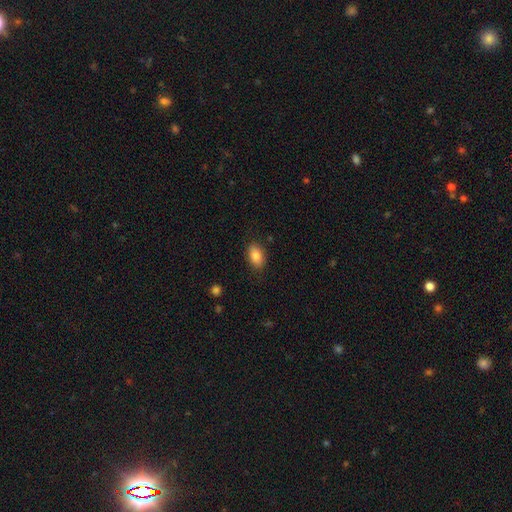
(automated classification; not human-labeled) smooth-or-featured: smooth: 84% | featured or disk: 8% | star or artifact: 8%
  how-rounded: in between: 89% | round: 9% | cigar-shaped: 2%
  merging: none: 85% | minor disturbance: 11% | major disturbance: 3% | merger: 1%